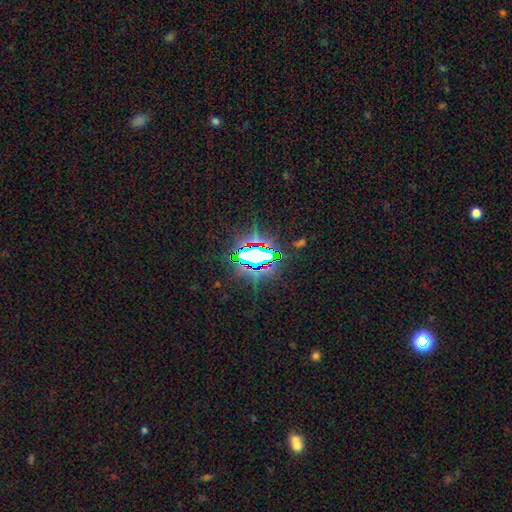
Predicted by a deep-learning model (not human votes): smooth_or_featured: star or artifact (p=0.70) [alt: smooth p=0.17]